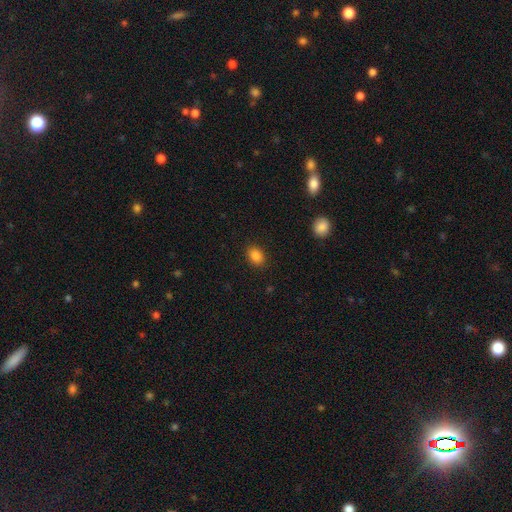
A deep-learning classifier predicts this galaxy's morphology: Smooth or featured?
  - smooth: 86% *
  - star or artifact: 10%
  - featured or disk: 4%
How rounded?
  - in between: 73% *
  - round: 26%
  - cigar-shaped: 1%
Merging?
  - none: 88% *
  - minor disturbance: 8%
  - major disturbance: 2%
  - merger: 1%